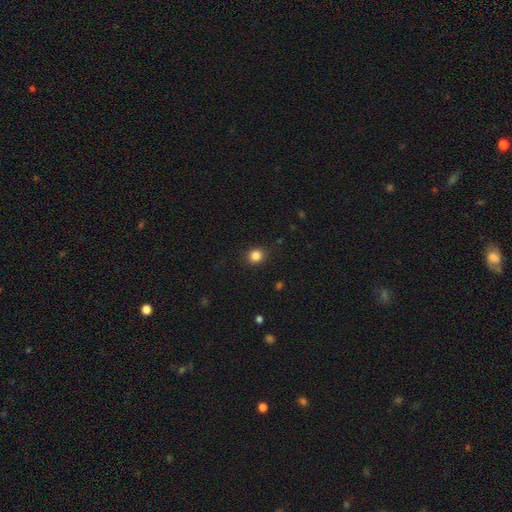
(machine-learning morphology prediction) Overall: smooth (85%). How rounded: round (85%). Merging: none (89%).